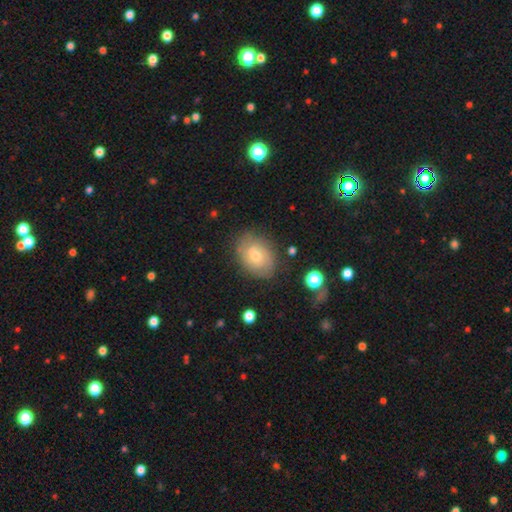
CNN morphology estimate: type=smooth (48%); merging=none (76%).